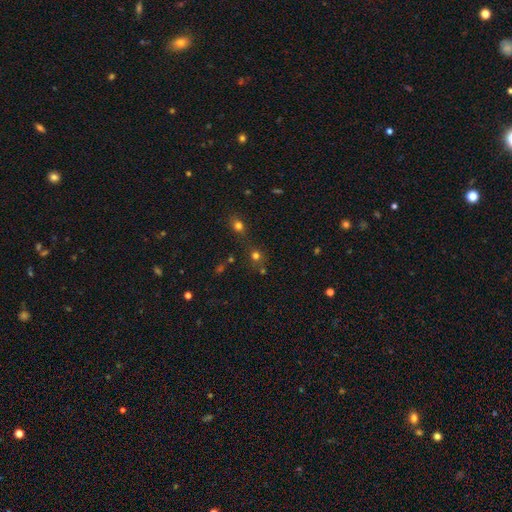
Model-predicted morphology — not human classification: smooth-or-featured: smooth: 66% | star or artifact: 26% | featured or disk: 8%
  how-rounded: round: 85% | in between: 13% | cigar-shaped: 1%
  merging: none: 61% | merger: 24% | minor disturbance: 10% | major disturbance: 5%